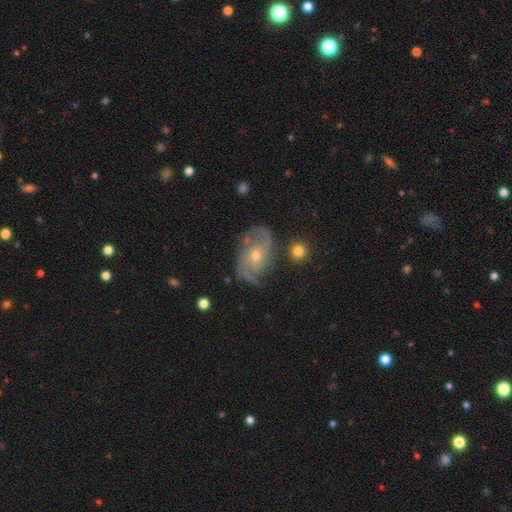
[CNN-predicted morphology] Overall: featured or disk (86%). Edge-on disk: no (97%). Bar: no (71%). Spiral arms: yes (96%). Spiral arm count: 2 (56%; 3 19%). Spiral winding: medium (47%; tight 34%). Bulge size: small (53%; moderate 44%). Merging: none (73%).